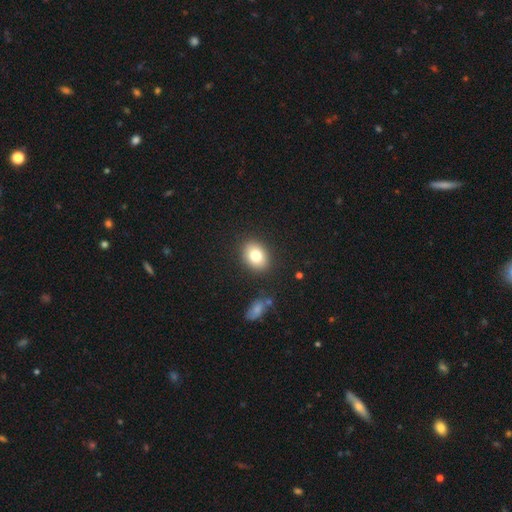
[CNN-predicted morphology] type=smooth (80%); roundness=in between (61%); merging=none (87%).